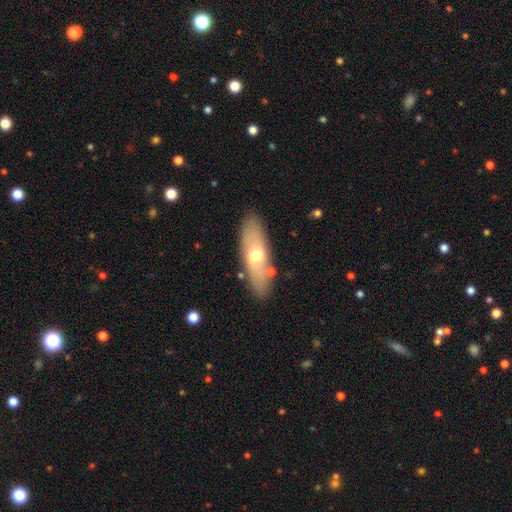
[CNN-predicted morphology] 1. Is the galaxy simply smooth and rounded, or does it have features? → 56% smooth, 38% featured or disk, 6% star or artifact.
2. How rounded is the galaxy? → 64% in between, 33% cigar-shaped, 3% round.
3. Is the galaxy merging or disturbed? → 81% none, 12% minor disturbance, 4% merger, 3% major disturbance.